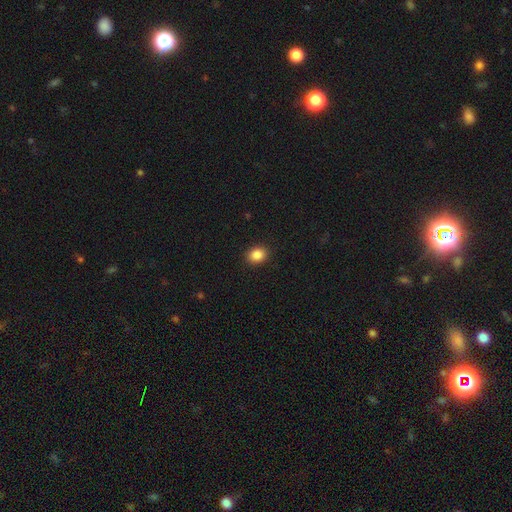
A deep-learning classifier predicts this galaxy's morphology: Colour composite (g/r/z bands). It shows a smooth galaxy with no disk features (87%) that is round (51%). Merging: none (91%).